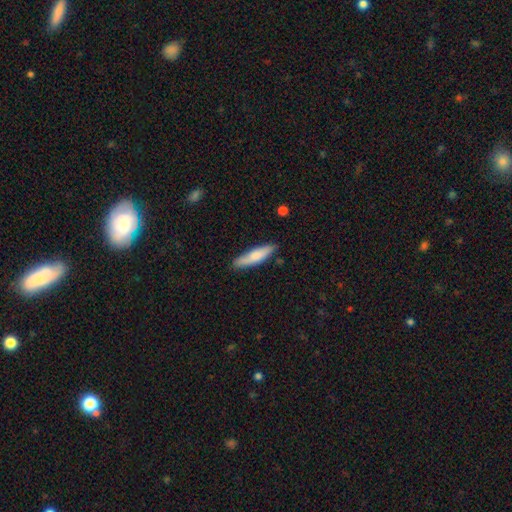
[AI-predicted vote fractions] This is likely a smooth galaxy (73%). How rounded: likely cigar-shaped (74%). Merging: clearly none (81%).